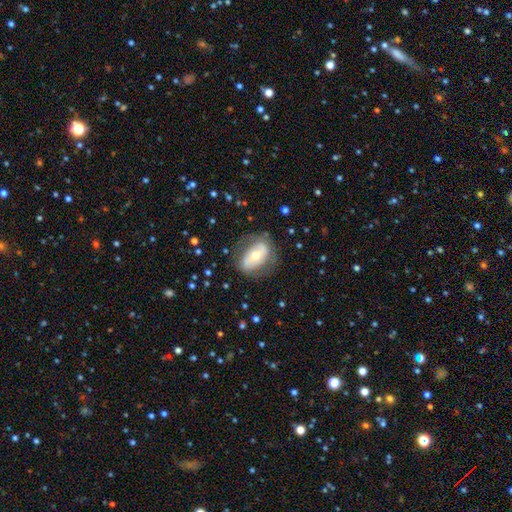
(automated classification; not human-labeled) The model was most divided on "smooth or featured": featured or disk: 51%, smooth: 41%, star or artifact: 7%. More confident: edge-on disk — no (91%); merging — none (68%).